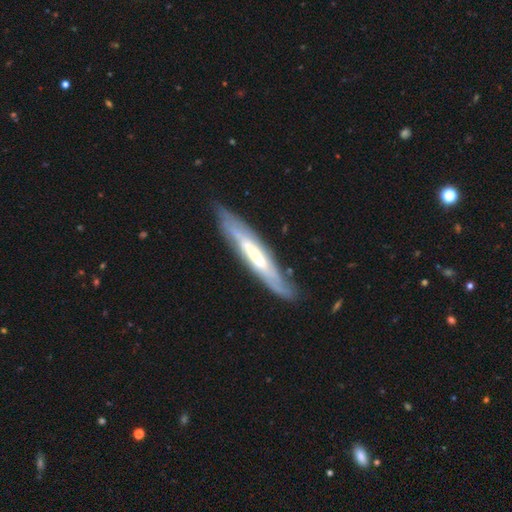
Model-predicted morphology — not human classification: This is likely a featured or disk galaxy (66%). It is likely viewed edge-on (62%). Merging: likely none (78%).